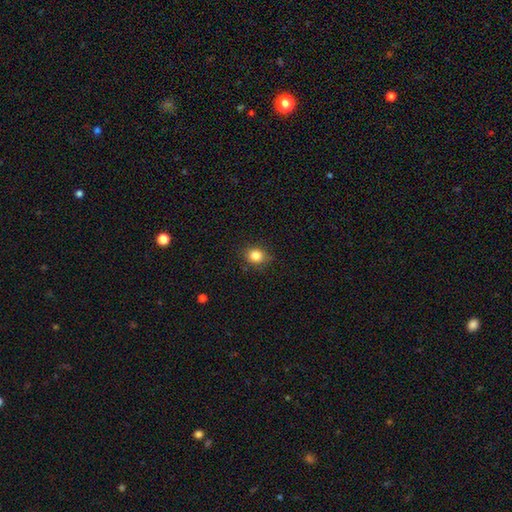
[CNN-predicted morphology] Overall: smooth (83%). How rounded: round (67%; in between 32%). Merging: none (82%).